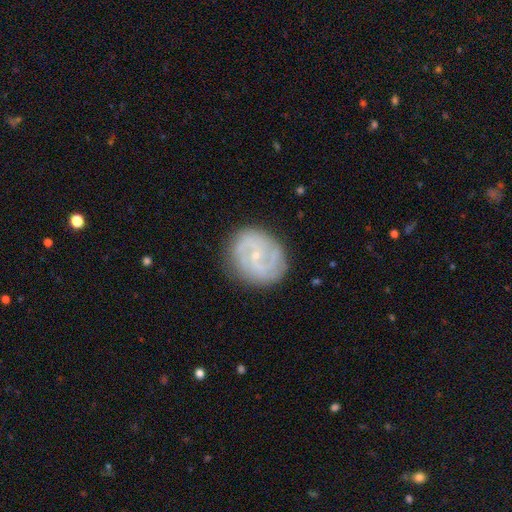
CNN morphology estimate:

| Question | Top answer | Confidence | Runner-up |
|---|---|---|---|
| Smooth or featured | featured or disk | 77% | smooth (16%) |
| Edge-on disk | no | 97% | yes (3%) |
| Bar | no | 59% | weak (34%) |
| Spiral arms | yes | 90% | no (10%) |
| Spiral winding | tight | 43% | medium (41%) |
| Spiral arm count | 2 | 51% | can't tell (23%) |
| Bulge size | small | 80% | moderate (16%) |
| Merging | none | 82% | minor disturbance (13%) |